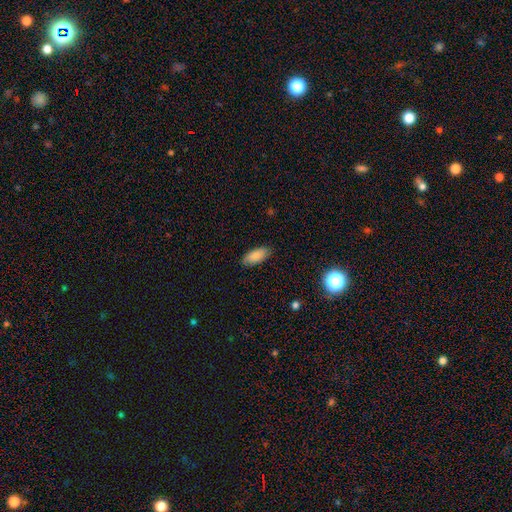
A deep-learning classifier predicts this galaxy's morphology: smooth-or-featured: smooth: 85% | featured or disk: 8% | star or artifact: 7%
  how-rounded: in between: 84% | cigar-shaped: 14% | round: 2%
  merging: none: 86% | minor disturbance: 11% | major disturbance: 2% | merger: 1%